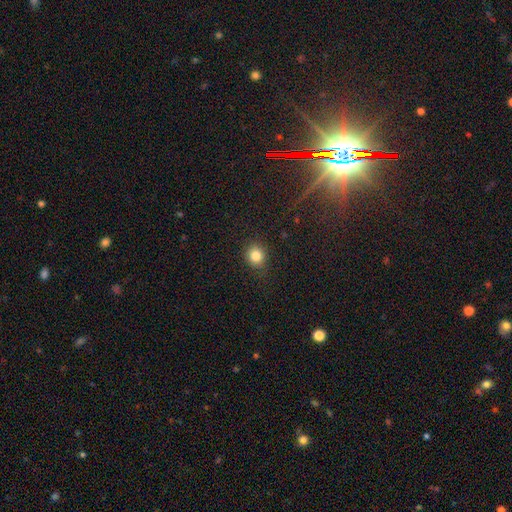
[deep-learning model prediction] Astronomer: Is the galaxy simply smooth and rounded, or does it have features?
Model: smooth — 83%.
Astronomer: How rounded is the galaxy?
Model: round — 83%.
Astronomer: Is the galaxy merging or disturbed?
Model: none — 86%.